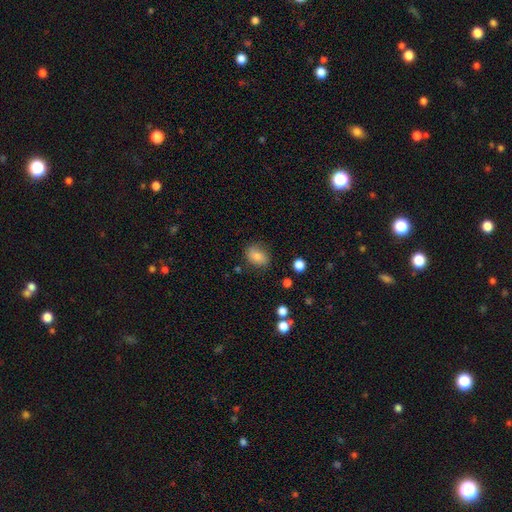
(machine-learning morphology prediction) Smooth or featured? Predicted: smooth (p=0.81). How rounded? Predicted: in between (p=0.65). Merging? Predicted: none (p=0.77).